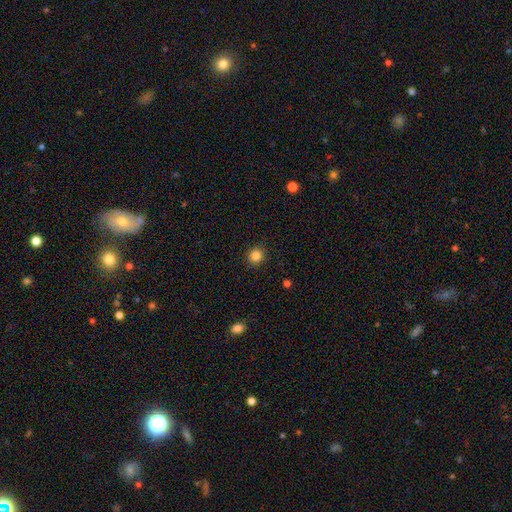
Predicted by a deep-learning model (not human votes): This appears to be a smooth galaxy with no disk features (84%) that is round (89%). Merging: none (91%).